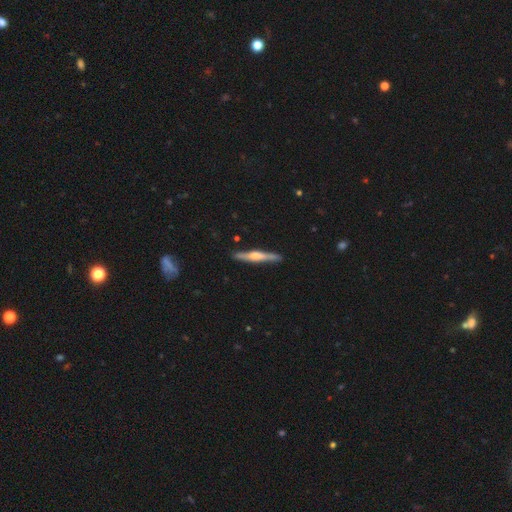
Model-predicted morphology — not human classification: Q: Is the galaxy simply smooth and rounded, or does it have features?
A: featured or disk — 66%.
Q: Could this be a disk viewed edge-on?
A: yes — 97%.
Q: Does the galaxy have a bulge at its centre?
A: rounded — 80%.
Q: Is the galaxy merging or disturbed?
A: none — 89%.